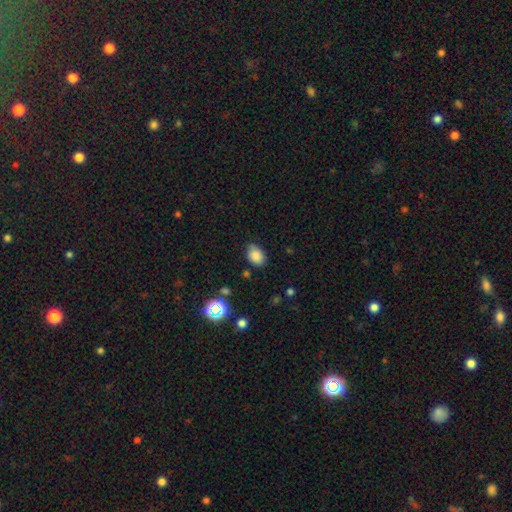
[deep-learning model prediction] This is clearly a smooth galaxy (84%). How rounded: clearly in between (82%). Merging: likely none (76%).